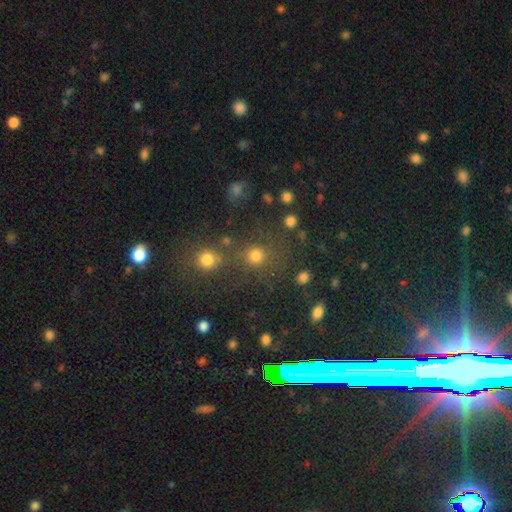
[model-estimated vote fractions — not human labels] smooth_or_featured: smooth (p=0.73) [alt: star or artifact p=0.20]
how_rounded: round (p=0.86) [alt: in between p=0.13]
merging: none (p=0.64) [alt: merger p=0.21]